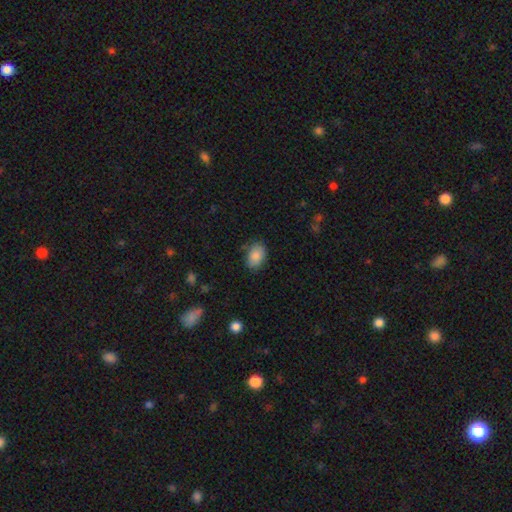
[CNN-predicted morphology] The model was most divided on "merging": none: 79%, minor disturbance: 16%, major disturbance: 4%, merger: 2%. More confident: smooth or featured — smooth (87%); how rounded — in between (87%).